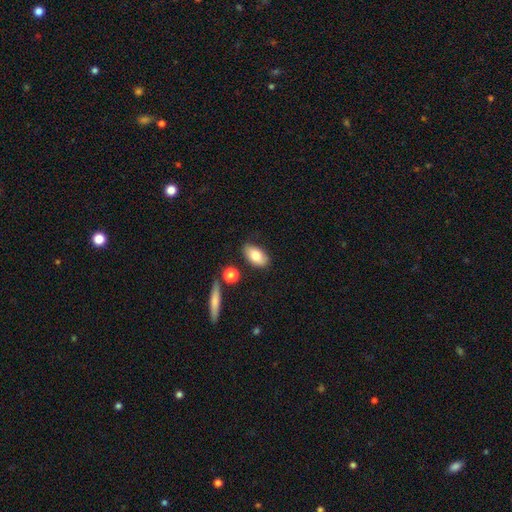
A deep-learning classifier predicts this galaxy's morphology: type=smooth (78%); roundness=in between (91%); merging=none (77%).